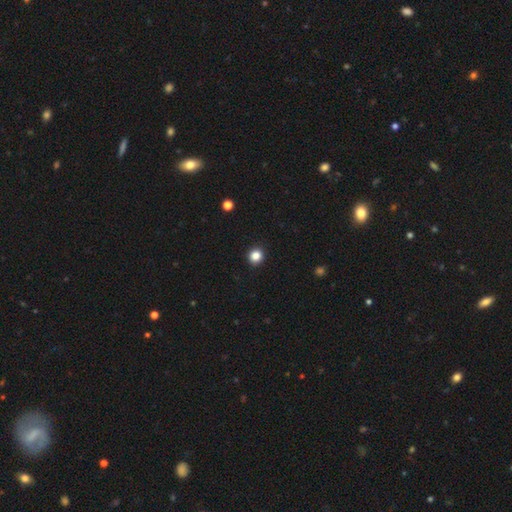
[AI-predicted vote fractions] The model was most divided on "smooth or featured": smooth: 85%, star or artifact: 12%, featured or disk: 4%. More confident: merging — none (93%); how rounded — round (91%).